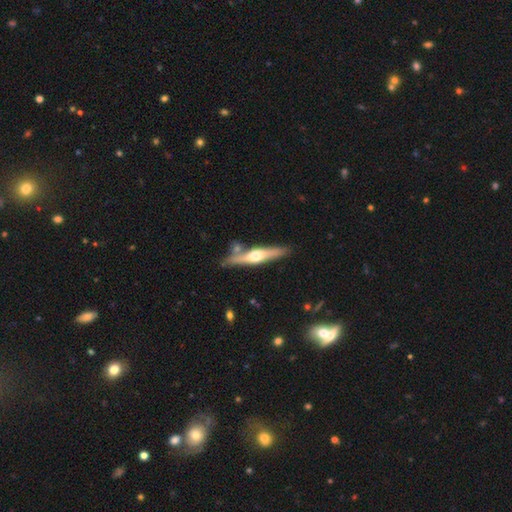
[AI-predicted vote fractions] The model was most divided on "smooth or featured": featured or disk: 63%, smooth: 32%, star or artifact: 5%. More confident: edge-on disk — yes (95%); edge-on bulge — rounded (93%); merging — none (78%).